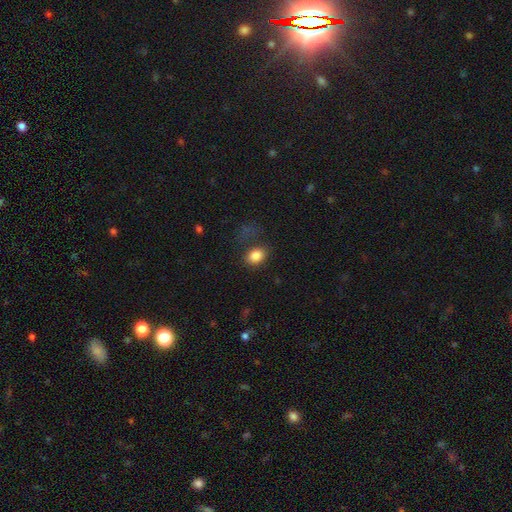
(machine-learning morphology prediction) A smooth galaxy with no disk features (85%) that is in between round and cigar-shaped (69%). Merging: none (62%).